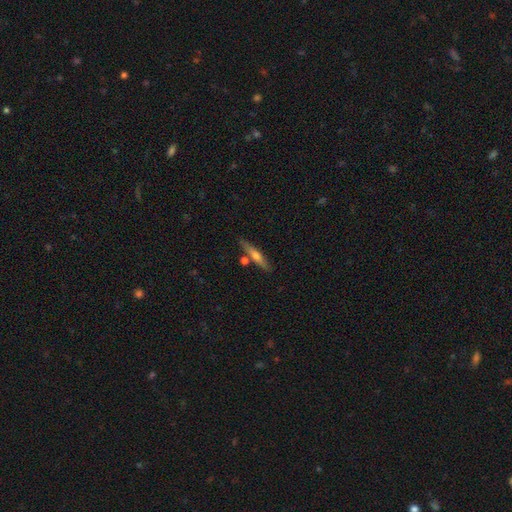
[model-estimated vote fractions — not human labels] Smooth or featured? Predicted: featured or disk (p=0.48). Merging? Predicted: none (p=0.79).